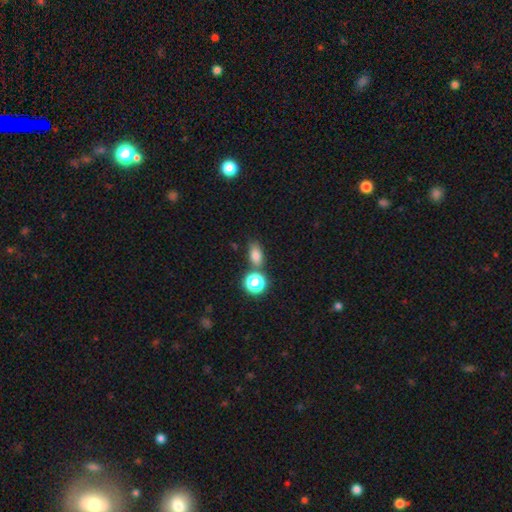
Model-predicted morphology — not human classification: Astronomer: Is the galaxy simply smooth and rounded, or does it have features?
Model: smooth — 76%.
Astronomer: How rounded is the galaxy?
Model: in between — 74%.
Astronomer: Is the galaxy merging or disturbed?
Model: none — 67%.